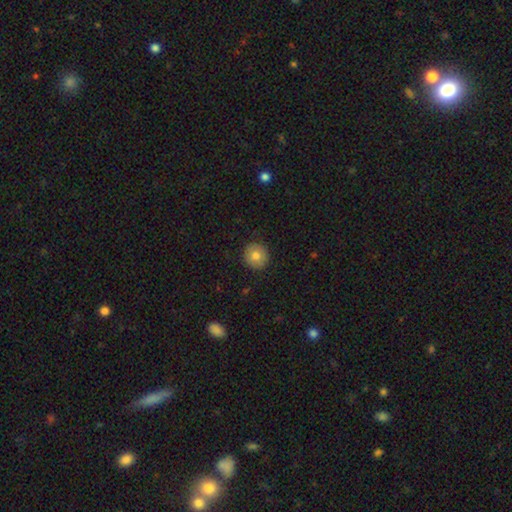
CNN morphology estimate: type=smooth (80%); roundness=round (92%); merging=none (90%).